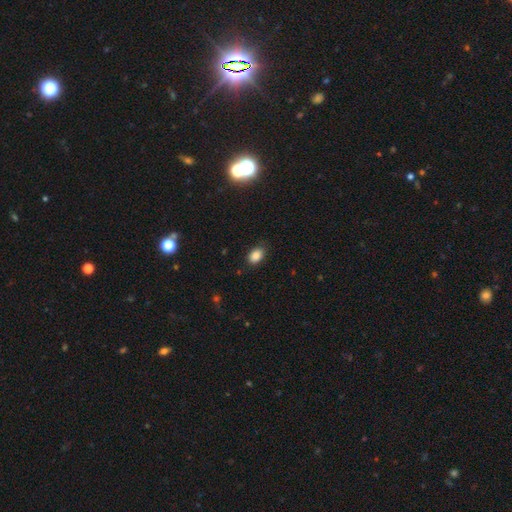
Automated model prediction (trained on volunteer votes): This appears to be a smooth galaxy with no disk features (86%) that is in between round and cigar-shaped (83%). Merging: none (83%).